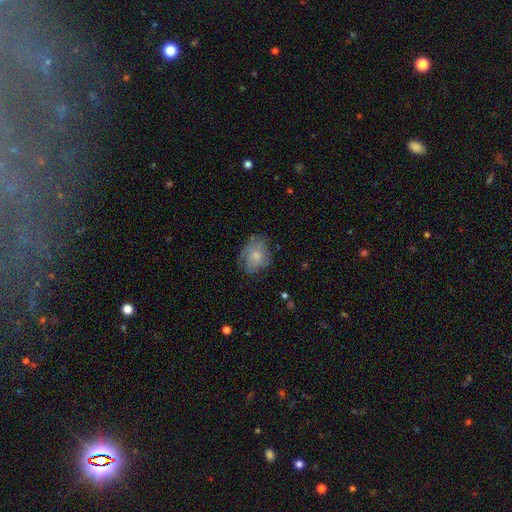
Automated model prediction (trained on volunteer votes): The model was most divided on "how rounded": in between: 53%, round: 46%, cigar-shaped: 1%. More confident: merging — none (59%); smooth or featured — smooth (54%).